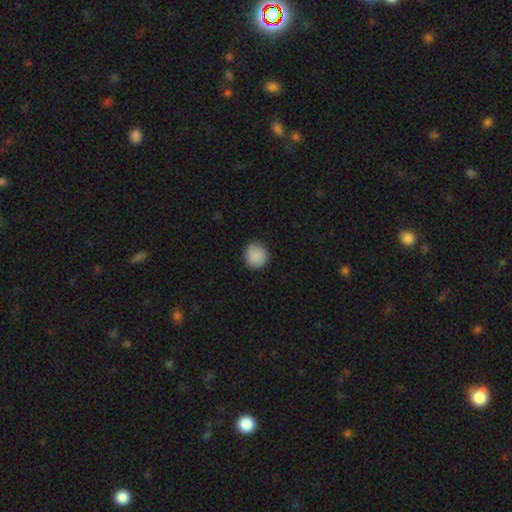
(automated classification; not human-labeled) Smooth or featured? smooth (88%)
How rounded? round (90%)
Merging? none (86%)